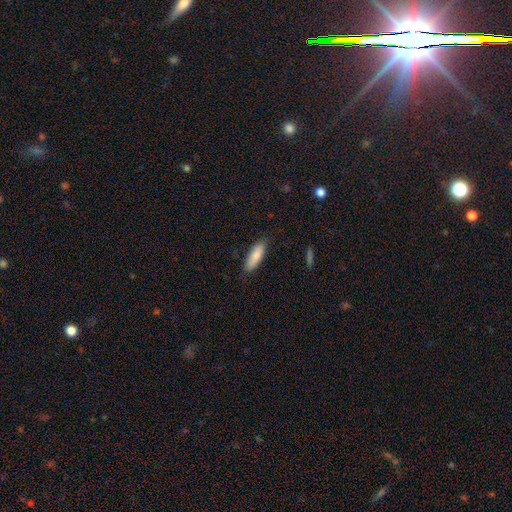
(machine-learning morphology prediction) The model was most divided on "how rounded": in between: 58%, cigar-shaped: 40%, round: 2%. More confident: smooth or featured — smooth (83%); merging — none (82%).